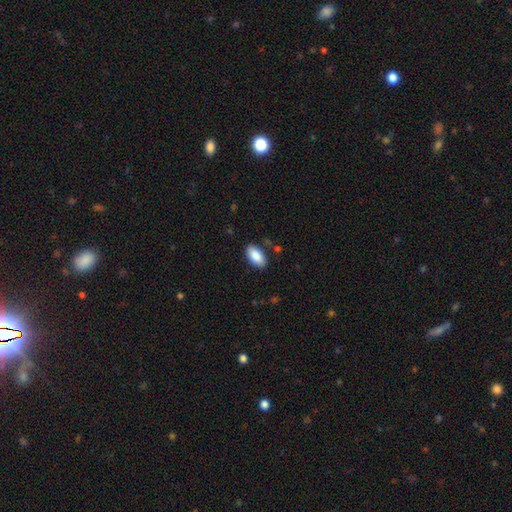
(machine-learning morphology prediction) Smooth or featured? Predicted: smooth (p=0.88). How rounded? Predicted: in between (p=0.95). Merging? Predicted: none (p=0.85).